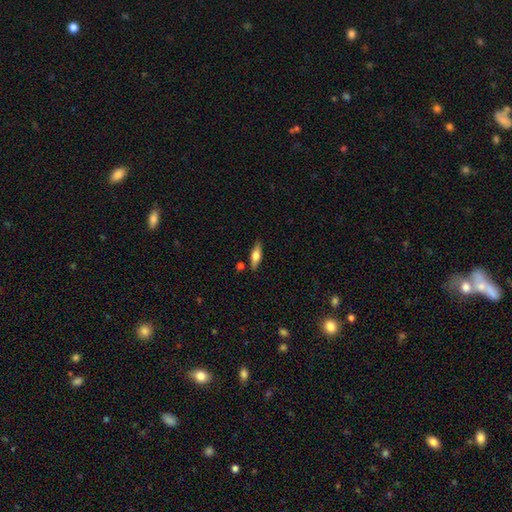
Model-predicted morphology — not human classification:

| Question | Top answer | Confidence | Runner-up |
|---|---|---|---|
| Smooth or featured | smooth | 59% | featured or disk (34%) |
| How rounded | in between | 52% | cigar-shaped (46%) |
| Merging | none | 83% | minor disturbance (11%) |